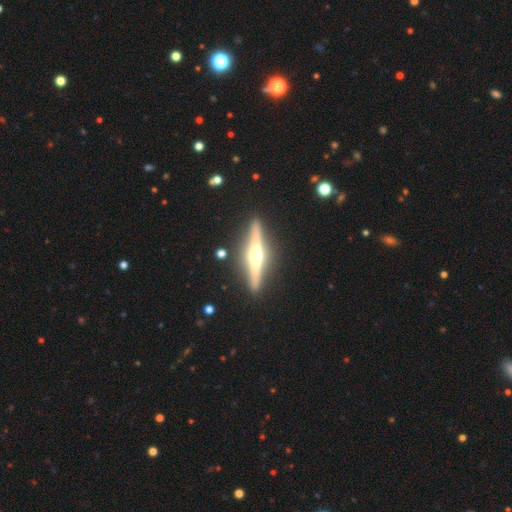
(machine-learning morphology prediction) featured or disk 81%, smooth 14%, star or artifact 5%. Down the decision tree: edge-on disk — yes (98%); edge-on bulge — rounded (91%); merging — none (90%).